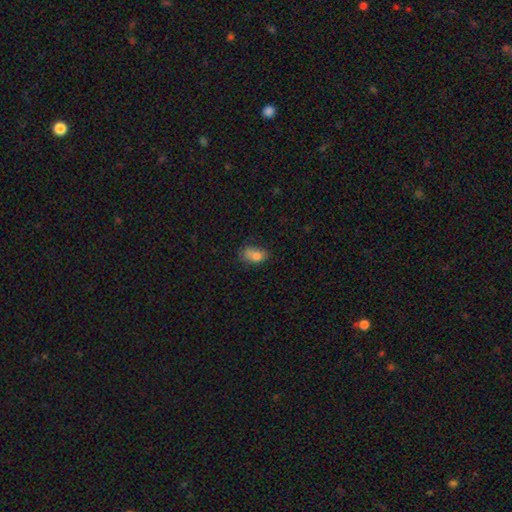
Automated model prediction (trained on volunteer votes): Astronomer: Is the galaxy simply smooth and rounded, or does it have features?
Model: smooth — 78%.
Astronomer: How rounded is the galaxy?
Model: in between — 84%.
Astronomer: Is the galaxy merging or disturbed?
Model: none — 48% (runner-up: minor disturbance, 32%).